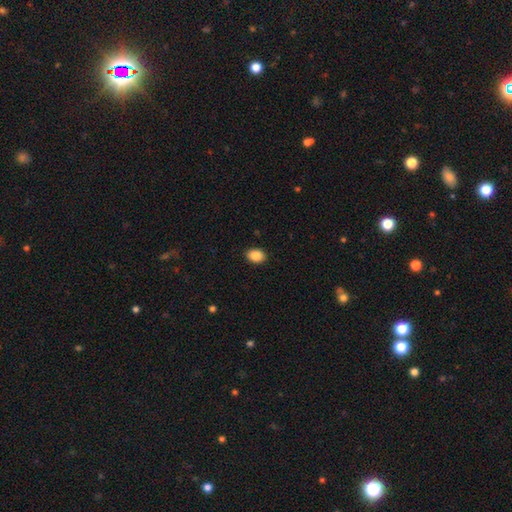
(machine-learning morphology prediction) Smooth or featured? smooth (89%)
How rounded? in between (76%)
Merging? none (90%)